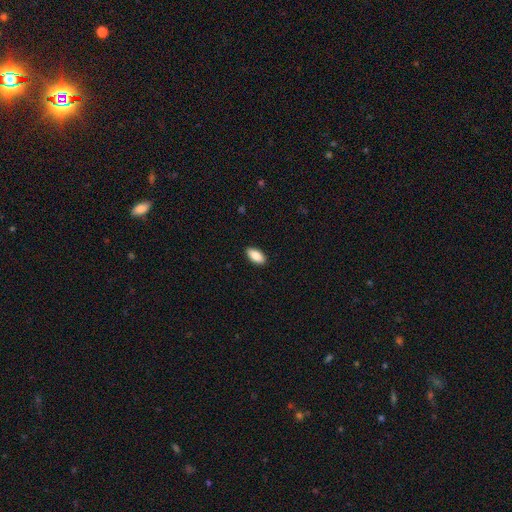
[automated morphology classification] type=smooth (88%); roundness=in between (93%); merging=none (90%).